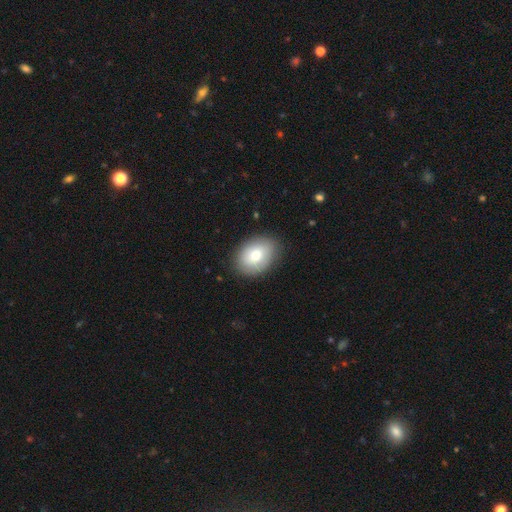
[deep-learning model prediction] Q: Smooth or featured?
A: smooth (76%); runner-up: featured or disk (16%)
Q: How rounded?
A: in between (74%); runner-up: round (25%)
Q: Merging?
A: none (86%); runner-up: minor disturbance (11%)